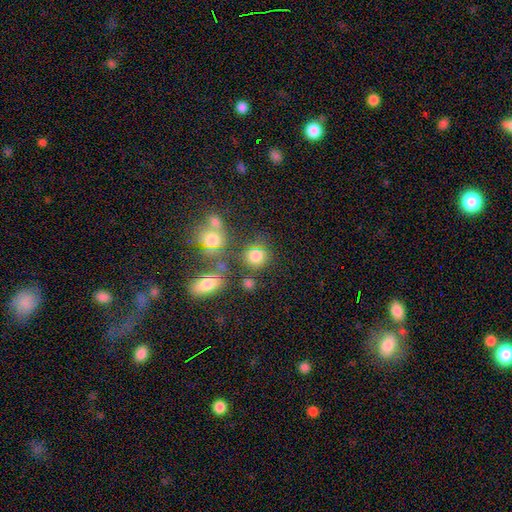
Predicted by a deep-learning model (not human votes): smooth_or_featured: smooth (p=0.77) [alt: star or artifact p=0.15]
how_rounded: round (p=0.81) [alt: in between p=0.18]
merging: none (p=0.62) [alt: merger p=0.19]